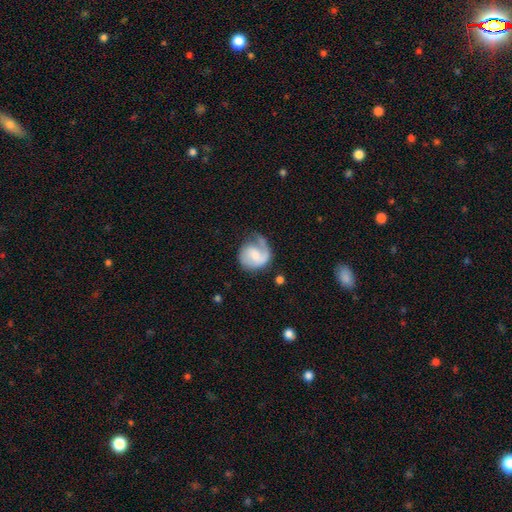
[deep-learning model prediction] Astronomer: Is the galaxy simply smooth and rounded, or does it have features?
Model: featured or disk — 64%.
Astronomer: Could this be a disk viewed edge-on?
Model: no — 98%.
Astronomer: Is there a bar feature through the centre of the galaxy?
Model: no — 48% (runner-up: weak, 42%).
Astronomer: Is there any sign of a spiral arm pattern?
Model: yes — 89%.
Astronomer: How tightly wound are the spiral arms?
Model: medium — 38% (runner-up: tight, 35%).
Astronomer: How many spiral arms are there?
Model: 1 — 63%.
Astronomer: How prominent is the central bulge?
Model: small — 34% (runner-up: moderate, 32%).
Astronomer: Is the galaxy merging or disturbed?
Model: none — 51%.